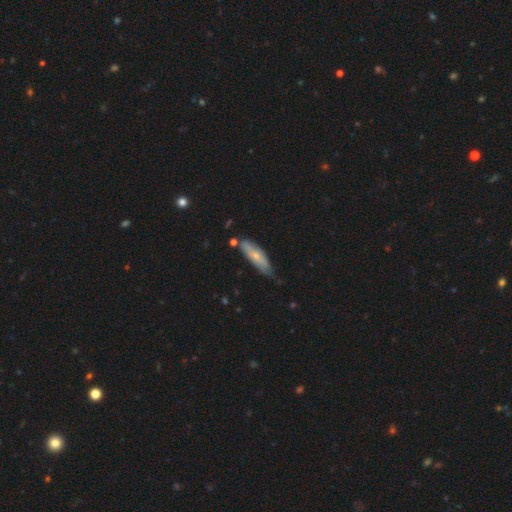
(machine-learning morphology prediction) smooth_or_featured: smooth (p=0.60) [alt: featured or disk p=0.34]
how_rounded: cigar-shaped (p=0.58) [alt: in between p=0.40]
merging: none (p=0.63) [alt: minor disturbance p=0.28]